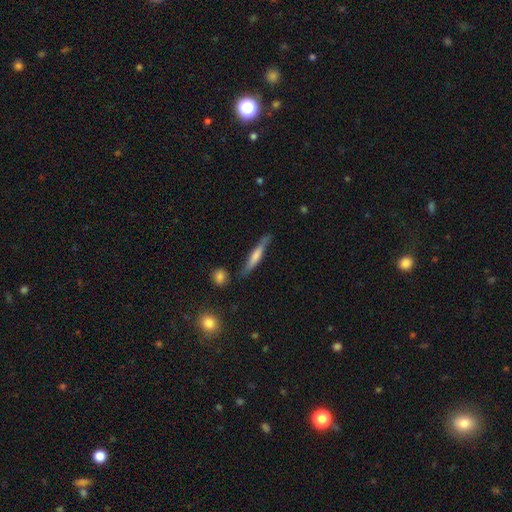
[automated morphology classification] smooth_or_featured: featured or disk (p=0.50) [alt: smooth p=0.43]
merging: none (p=0.78) [alt: minor disturbance p=0.16]